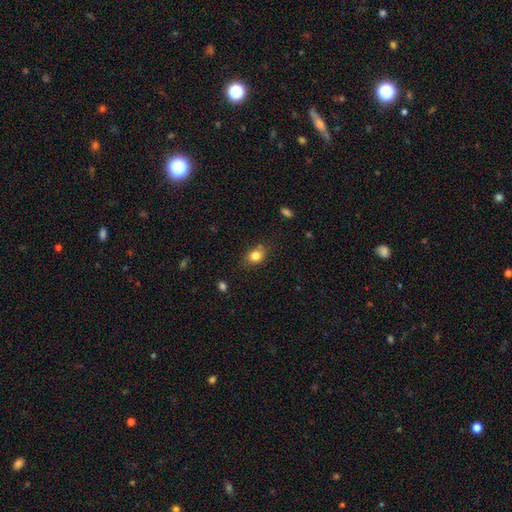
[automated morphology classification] Q: Smooth or featured?
A: smooth (82%); runner-up: star or artifact (10%)
Q: How rounded?
A: in between (58%); runner-up: round (40%)
Q: Merging?
A: none (76%); runner-up: minor disturbance (17%)